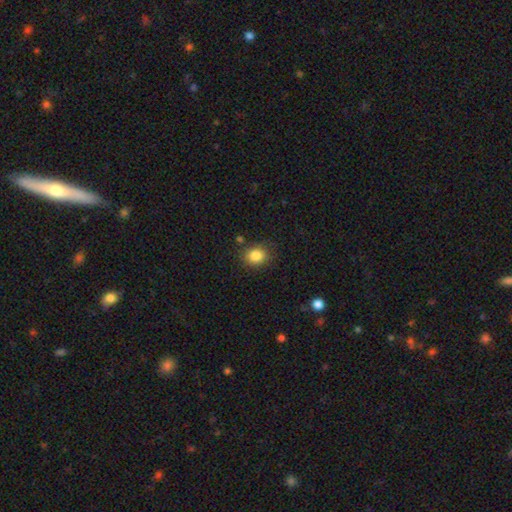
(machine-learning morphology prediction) This appears to be a smooth galaxy with no disk features (84%) that is round (66%). Merging: none (81%).